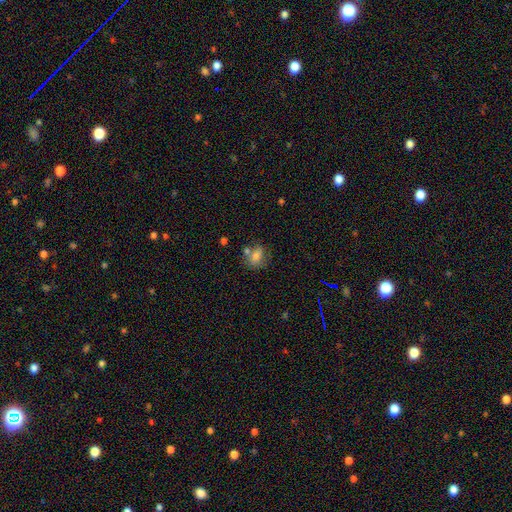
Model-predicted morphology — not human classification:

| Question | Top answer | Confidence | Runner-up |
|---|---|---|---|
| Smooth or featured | smooth | 73% | featured or disk (15%) |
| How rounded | in between | 62% | round (35%) |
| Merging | none | 55% | merger (19%) |